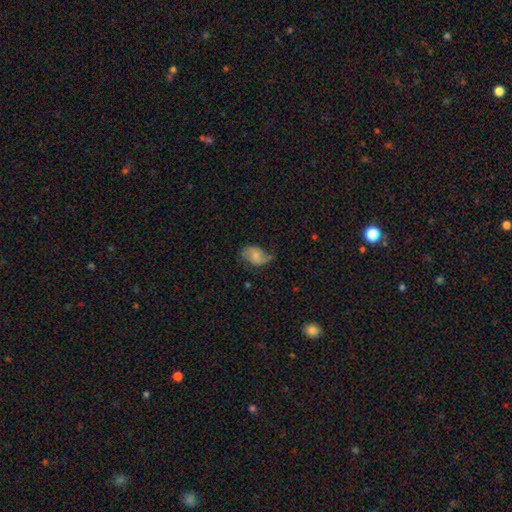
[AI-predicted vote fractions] Overall: featured or disk (46%, tied with smooth). Merging: none (47%; minor disturbance 33%).